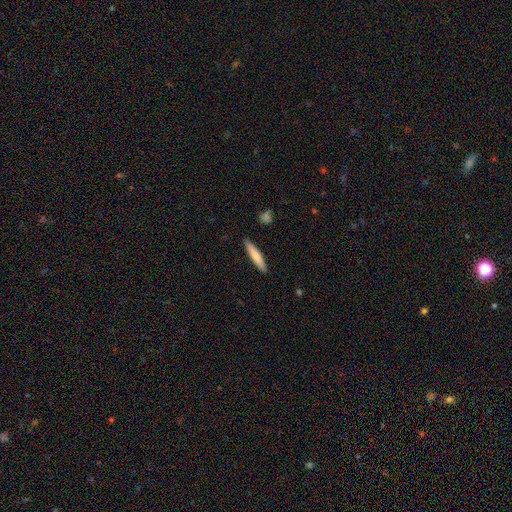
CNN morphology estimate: This is likely a smooth galaxy (76%). How rounded: clearly cigar-shaped (90%). Merging: clearly none (89%).